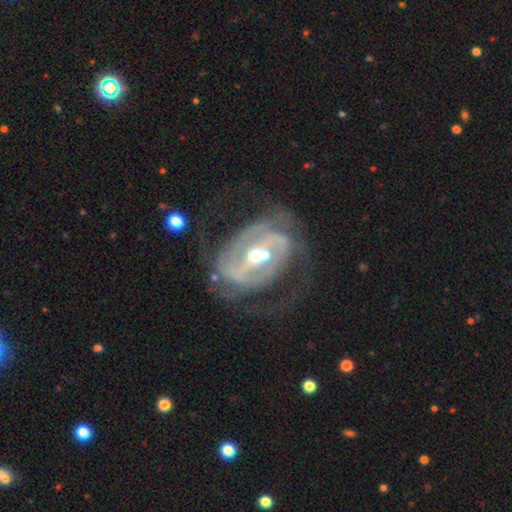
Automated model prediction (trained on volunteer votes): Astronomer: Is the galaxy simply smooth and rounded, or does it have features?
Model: featured or disk — 86%.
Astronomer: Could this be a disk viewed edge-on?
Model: no — 96%.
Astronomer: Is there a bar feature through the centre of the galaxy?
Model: strong — 45% (runner-up: weak, 31%).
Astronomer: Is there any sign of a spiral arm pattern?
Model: yes — 83%.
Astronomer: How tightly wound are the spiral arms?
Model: medium — 42% (runner-up: tight, 37%).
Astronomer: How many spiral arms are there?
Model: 2 — 62%.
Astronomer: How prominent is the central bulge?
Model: moderate — 50% (runner-up: small, 46%).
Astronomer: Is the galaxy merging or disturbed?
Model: none — 48% (runner-up: major disturbance, 23%).